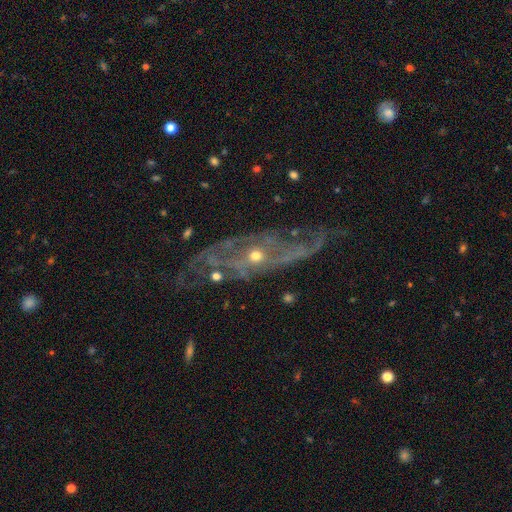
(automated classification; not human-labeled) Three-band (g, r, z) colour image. It shows a featured or disk galaxy (79%) with no bar (76%), 2 (51%) loose (37%) spiral arms (72%) and a small central bulge (54%). Merging: none (51%).